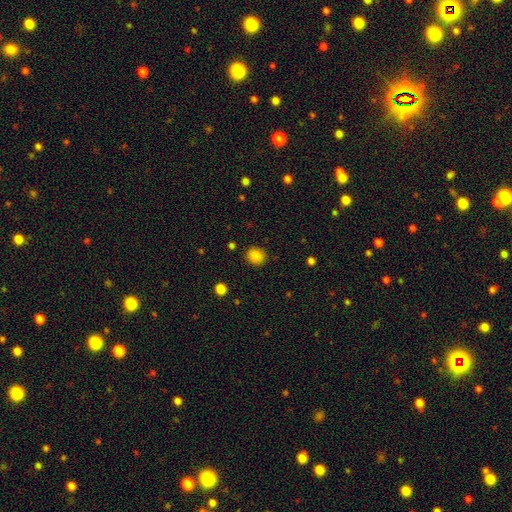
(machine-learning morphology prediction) This is clearly a smooth galaxy (85%). How rounded: clearly round (81%). Merging: clearly none (88%).